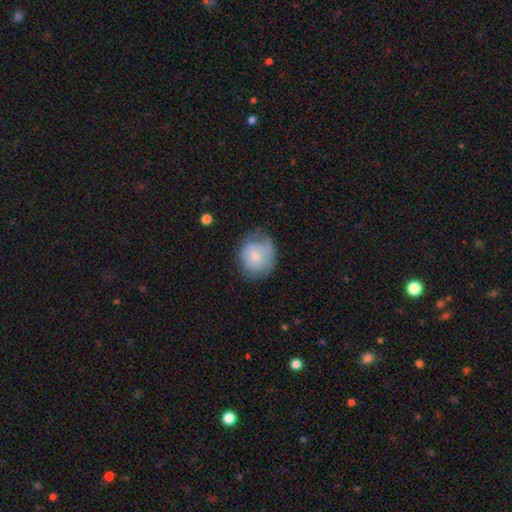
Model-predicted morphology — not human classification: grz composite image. It shows a smooth galaxy with no disk features (67%) that is round (74%). Merging: none (52%).